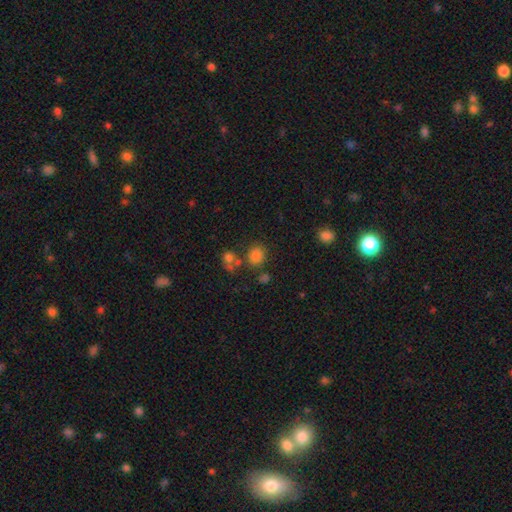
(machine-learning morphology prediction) smooth_or_featured: smooth (p=0.79) [alt: star or artifact p=0.15]
how_rounded: round (p=0.74) [alt: in between p=0.25]
merging: none (p=0.70) [alt: merger p=0.14]